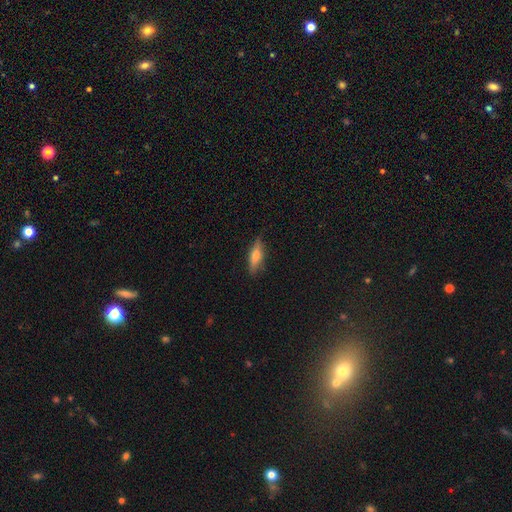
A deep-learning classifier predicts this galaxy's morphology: type=smooth (53%); roundness=cigar-shaped (55%); merging=none (83%).